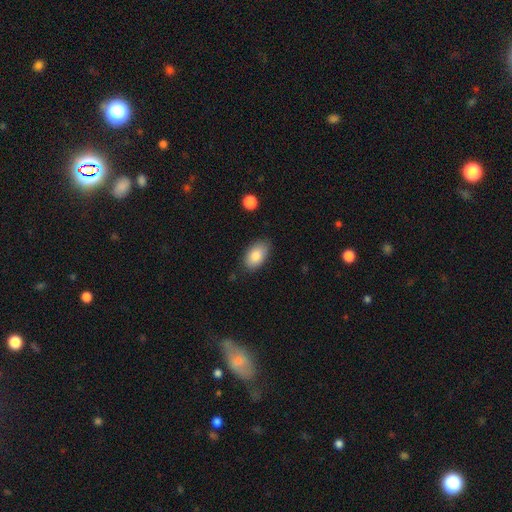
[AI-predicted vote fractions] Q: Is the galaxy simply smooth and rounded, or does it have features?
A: smooth — 84%.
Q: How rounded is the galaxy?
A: in between — 93%.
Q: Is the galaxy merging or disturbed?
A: none — 80%.